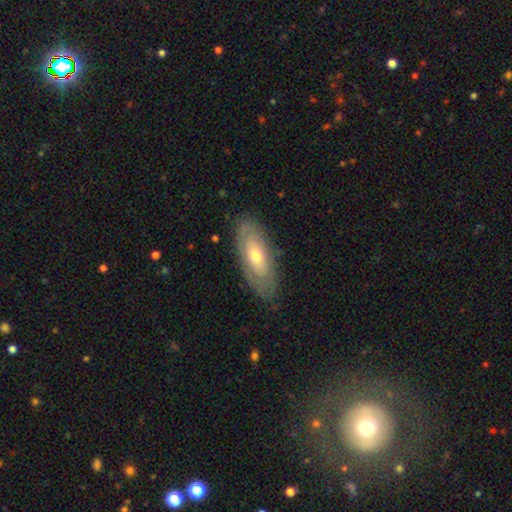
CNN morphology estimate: A featured or disk galaxy (49%).

Vote fractions:
- Smooth or featured? featured or disk: 49% / smooth: 45% / star or artifact: 6%
- Merging? none: 79% / minor disturbance: 16% / major disturbance: 4% / merger: 1%